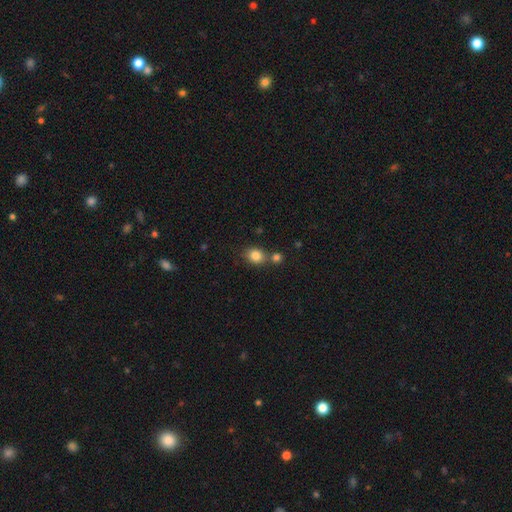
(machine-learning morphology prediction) Smooth or featured? smooth (83%)
How rounded? round (58%)
Merging? none (61%)